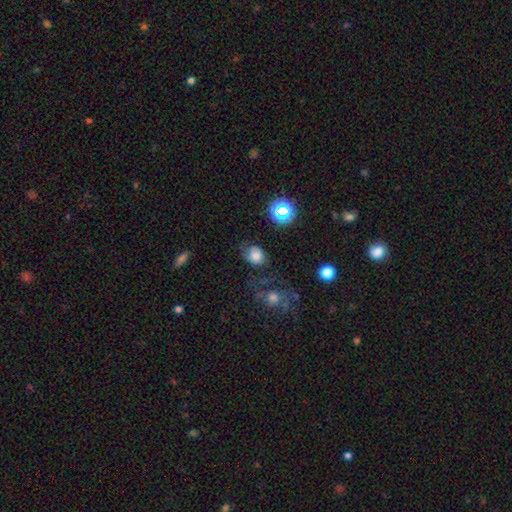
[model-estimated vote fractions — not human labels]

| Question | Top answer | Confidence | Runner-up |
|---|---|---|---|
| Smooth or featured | smooth | 60% | featured or disk (25%) |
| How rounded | round | 50% | in between (49%) |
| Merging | none | 44% | minor disturbance (28%) |